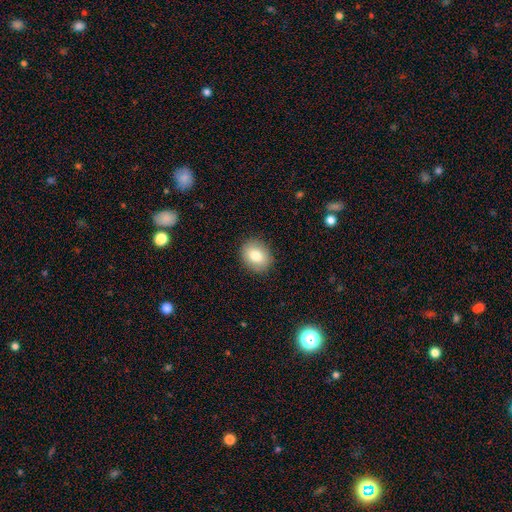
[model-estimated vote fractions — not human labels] A smooth galaxy with no disk features (80%) that is round (58%). Merging: none (89%).